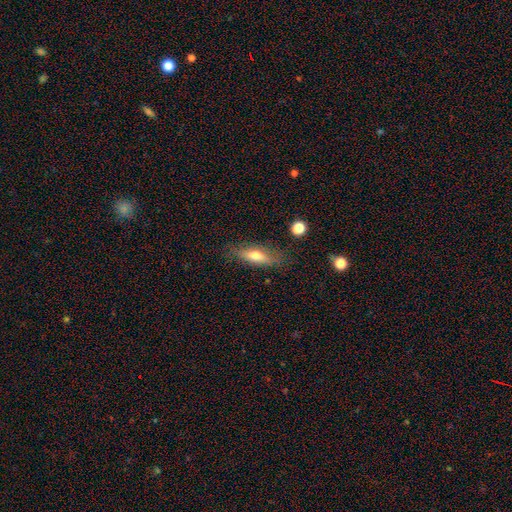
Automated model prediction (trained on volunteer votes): The model was most divided on "how rounded": in between: 49%, cigar-shaped: 48%, round: 3%. More confident: merging — none (77%); smooth or featured — smooth (62%).